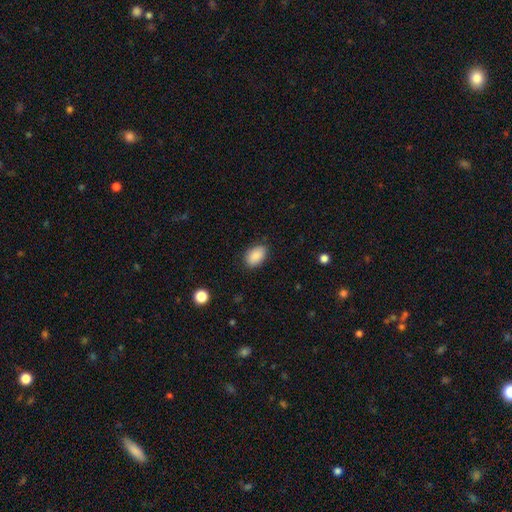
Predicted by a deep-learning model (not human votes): Smooth or featured?
  - smooth: 88% *
  - star or artifact: 7%
  - featured or disk: 4%
How rounded?
  - in between: 90% *
  - round: 9%
  - cigar-shaped: 1%
Merging?
  - none: 85% *
  - minor disturbance: 12%
  - major disturbance: 3%
  - merger: 1%